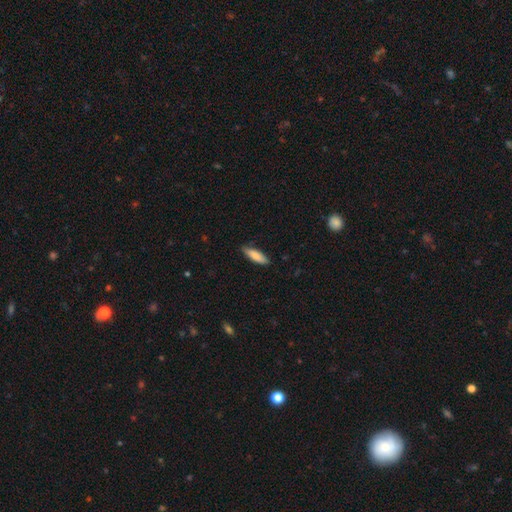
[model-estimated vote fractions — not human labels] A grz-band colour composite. It shows a smooth galaxy with no disk features (82%) that is cigar-shaped (51%). Merging: none (81%).